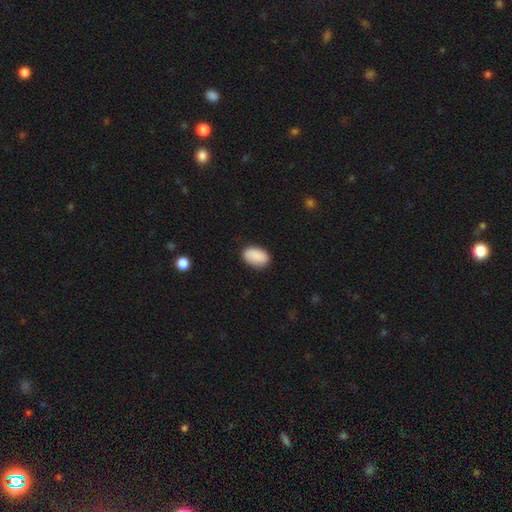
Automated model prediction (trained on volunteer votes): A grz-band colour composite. It shows a smooth galaxy with no disk features (89%) that is in between round and cigar-shaped (90%). Merging: none (85%).